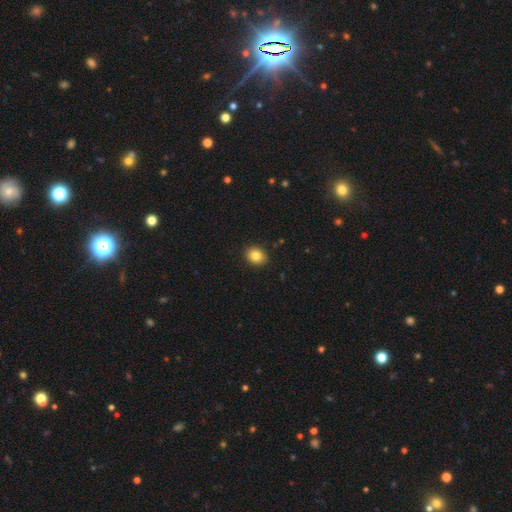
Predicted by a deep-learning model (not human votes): A smooth galaxy with no disk features (84%) that is round (66%).

Vote fractions:
- Smooth or featured? smooth: 84% / star or artifact: 10% / featured or disk: 7%
- How rounded? round: 66% / in between: 33% / cigar-shaped: 1%
- Merging? none: 91% / minor disturbance: 6% / major disturbance: 2% / merger: 1%